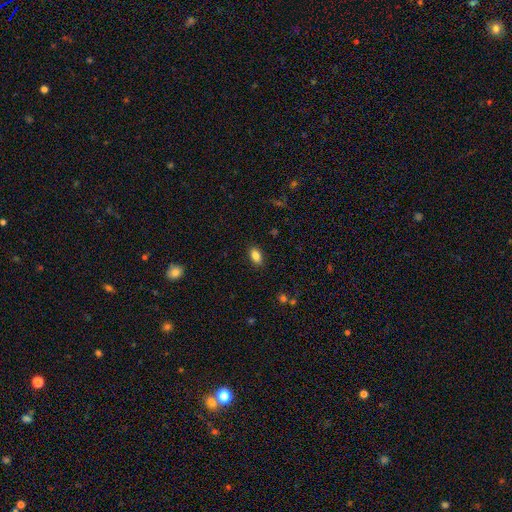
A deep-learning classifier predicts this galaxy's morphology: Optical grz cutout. It shows a smooth galaxy with no disk features (85%) that is in between round and cigar-shaped (89%). Merging: none (87%).